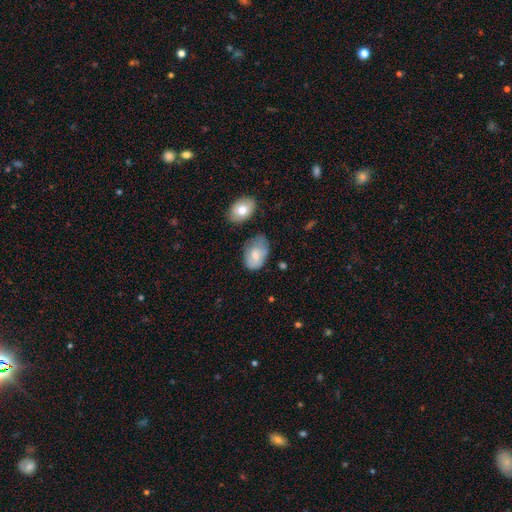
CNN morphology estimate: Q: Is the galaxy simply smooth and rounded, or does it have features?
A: smooth — 67%.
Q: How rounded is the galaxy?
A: in between — 86%.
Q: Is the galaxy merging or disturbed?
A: none — 43%.